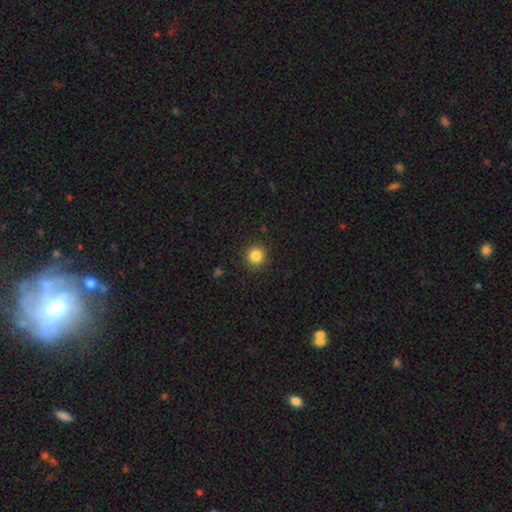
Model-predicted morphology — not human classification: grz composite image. It shows a smooth galaxy with no disk features (85%) that is round (95%). Merging: none (91%).